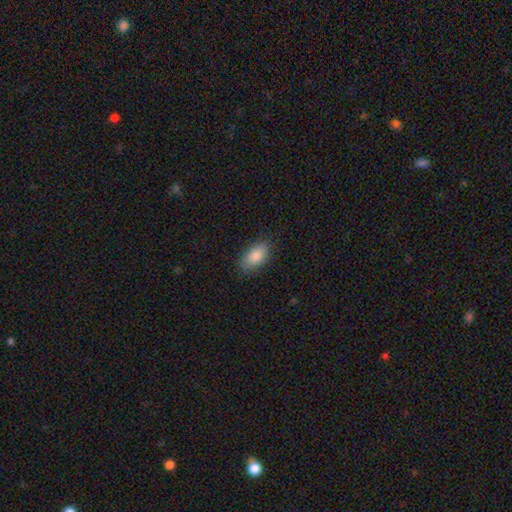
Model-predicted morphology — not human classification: Q: Smooth or featured?
A: smooth (86%); runner-up: featured or disk (7%)
Q: How rounded?
A: in between (92%); runner-up: cigar-shaped (5%)
Q: Merging?
A: none (84%); runner-up: minor disturbance (12%)